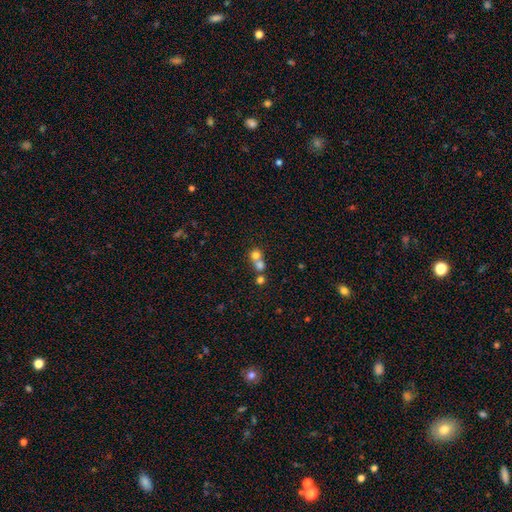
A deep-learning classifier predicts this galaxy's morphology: type=smooth (72%); roundness=round (84%); merging=merger (60%).